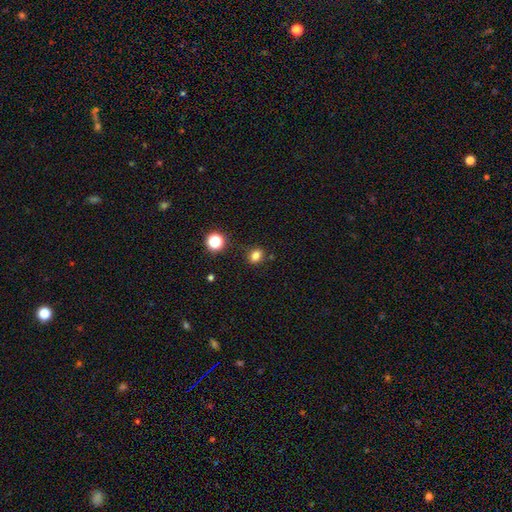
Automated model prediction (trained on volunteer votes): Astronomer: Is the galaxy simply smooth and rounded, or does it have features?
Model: smooth — 80%.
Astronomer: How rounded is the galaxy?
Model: in between — 49%, tied with round at 49%.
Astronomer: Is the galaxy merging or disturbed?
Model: none — 80%.